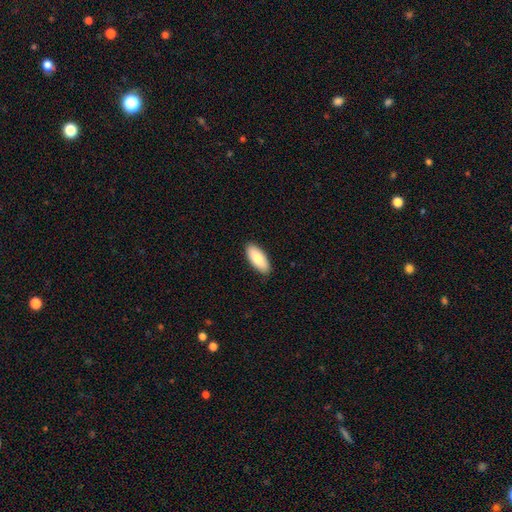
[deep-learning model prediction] Smooth or featured?
  - smooth: 83% *
  - featured or disk: 11%
  - star or artifact: 6%
How rounded?
  - in between: 86% *
  - cigar-shaped: 13%
  - round: 2%
Merging?
  - none: 89% *
  - minor disturbance: 9%
  - major disturbance: 2%
  - merger: 1%